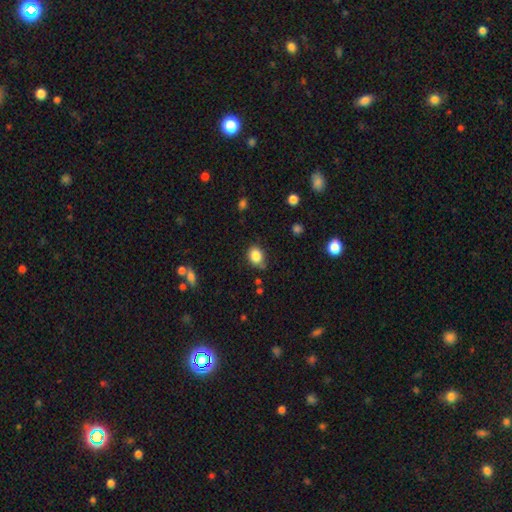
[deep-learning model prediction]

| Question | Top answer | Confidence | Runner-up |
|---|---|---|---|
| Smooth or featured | smooth | 85% | star or artifact (10%) |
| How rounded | in between | 54% | round (45%) |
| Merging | none | 66% | minor disturbance (25%) |